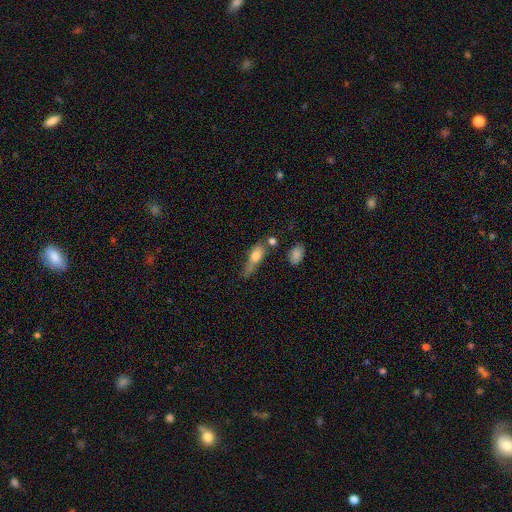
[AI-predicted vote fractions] smooth-or-featured: smooth: 66% | featured or disk: 25% | star or artifact: 9%
  how-rounded: in between: 54% | cigar-shaped: 38% | round: 9%
  merging: none: 30% | minor disturbance: 28% | major disturbance: 24% | merger: 18%